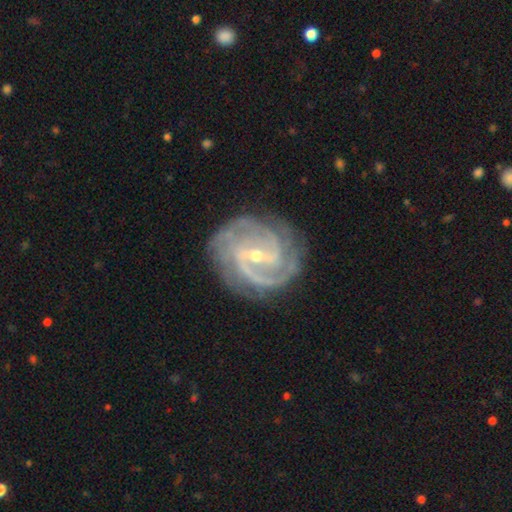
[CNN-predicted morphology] Q: Smooth or featured?
A: featured or disk (92%); runner-up: star or artifact (5%)
Q: Edge-on disk?
A: no (97%); runner-up: yes (3%)
Q: Bar?
A: weak (46%); runner-up: strong (37%)
Q: Spiral arms?
A: yes (98%); runner-up: no (2%)
Q: Spiral winding?
A: tight (51%); runner-up: medium (42%)
Q: Spiral arm count?
A: 2 (40%); runner-up: 3 (29%)
Q: Bulge size?
A: small (65%); runner-up: moderate (32%)
Q: Merging?
A: none (77%); runner-up: minor disturbance (15%)